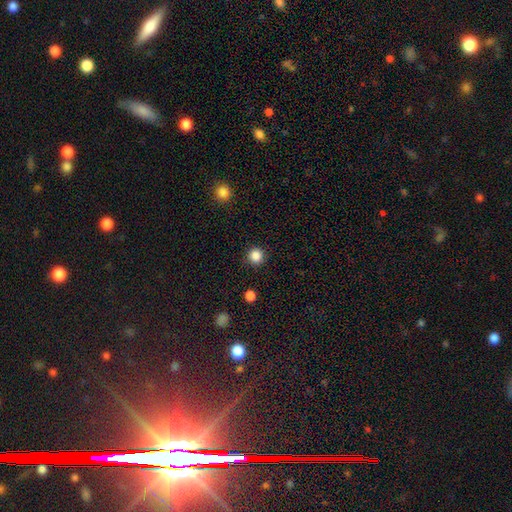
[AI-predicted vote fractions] This appears to be a smooth galaxy with no disk features (86%) that is round (95%). Merging: none (91%).